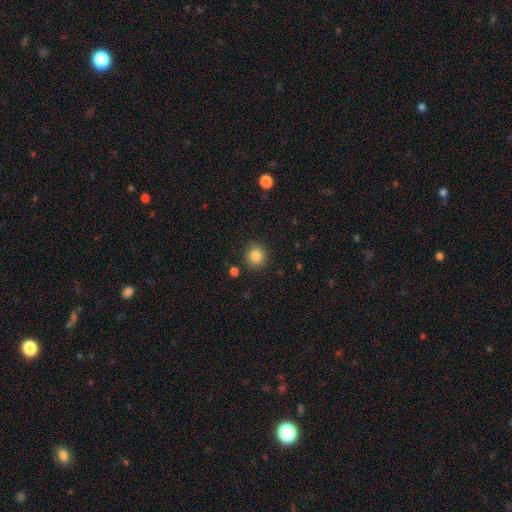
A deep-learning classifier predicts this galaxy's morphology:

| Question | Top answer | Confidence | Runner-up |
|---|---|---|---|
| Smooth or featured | smooth | 84% | star or artifact (10%) |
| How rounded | round | 91% | in between (8%) |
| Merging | none | 88% | minor disturbance (7%) |